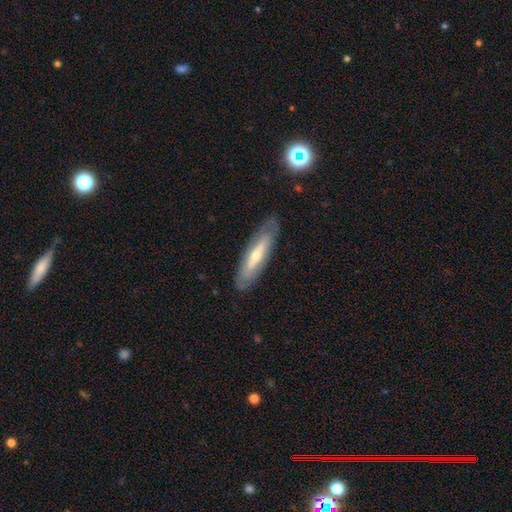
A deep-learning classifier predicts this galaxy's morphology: Smooth or featured? featured or disk (62%)
Edge-on disk? no (53%)
Merging? none (82%)